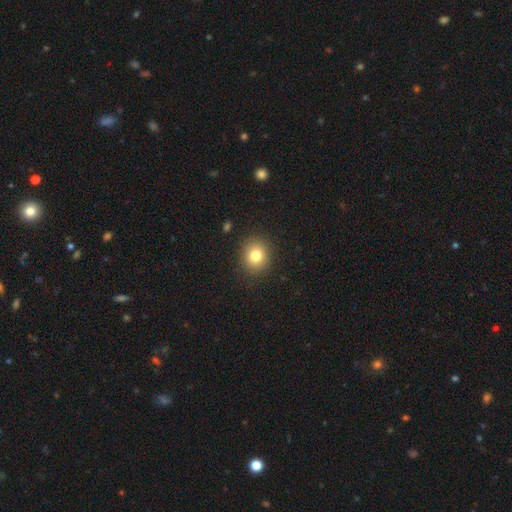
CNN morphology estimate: smooth 80%, star or artifact 12%, featured or disk 9%. Down the decision tree: how rounded — round (78%); merging — none (89%).